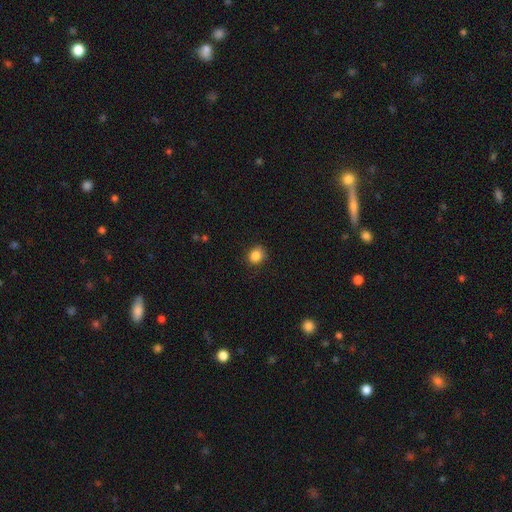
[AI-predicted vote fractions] Smooth or featured: smooth — 86% (star or artifact — 10%)
How rounded: round — 67% (in between — 33%)
Merging: none — 79% (minor disturbance — 17%)